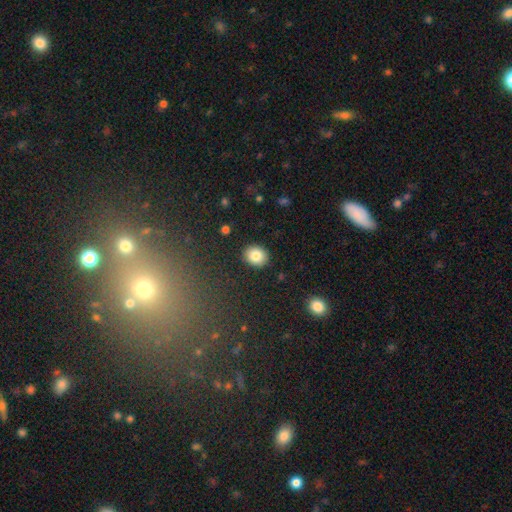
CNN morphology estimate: smooth-or-featured: smooth: 83% | star or artifact: 9% | featured or disk: 8%
  how-rounded: round: 60% | in between: 40% | cigar-shaped: 1%
  merging: none: 90% | minor disturbance: 7% | major disturbance: 2% | merger: 1%